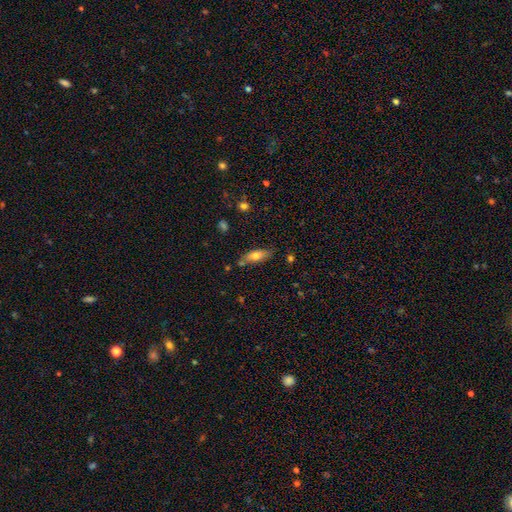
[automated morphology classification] A smooth galaxy with no disk features (72%) that is in between round and cigar-shaped (69%). Merging: none (69%).